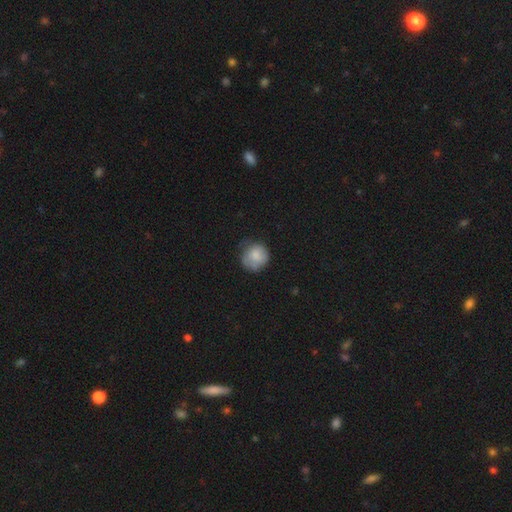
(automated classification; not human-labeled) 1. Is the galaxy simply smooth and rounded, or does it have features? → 79% smooth, 14% featured or disk, 7% star or artifact.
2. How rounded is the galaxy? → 88% round, 12% in between, 1% cigar-shaped.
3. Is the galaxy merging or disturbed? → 61% none, 29% minor disturbance, 9% major disturbance, 2% merger.